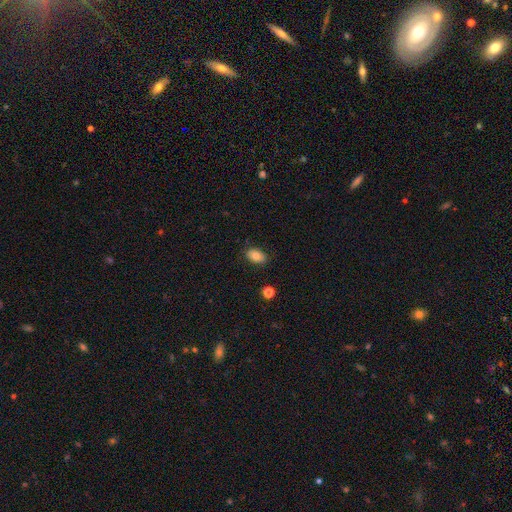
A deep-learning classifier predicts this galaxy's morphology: The model was most divided on "smooth or featured": smooth: 79%, featured or disk: 12%, star or artifact: 9%. More confident: how rounded — in between (87%); merging — none (85%).